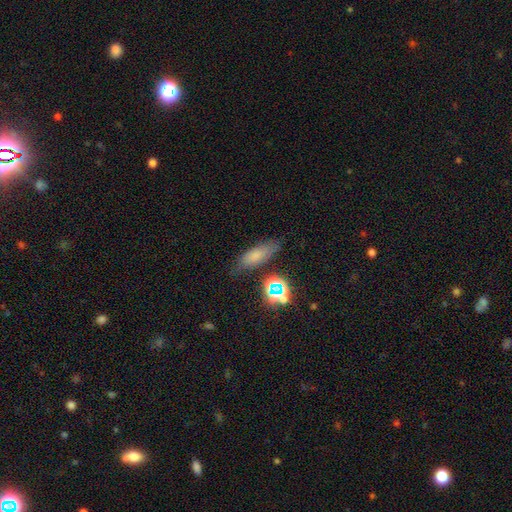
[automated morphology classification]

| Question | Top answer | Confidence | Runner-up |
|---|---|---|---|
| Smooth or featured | smooth | 67% | star or artifact (17%) |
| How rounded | in between | 62% | cigar-shaped (32%) |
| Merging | none | 71% | minor disturbance (19%) |